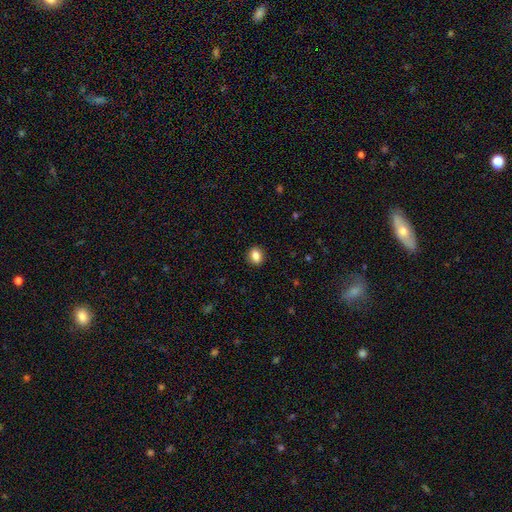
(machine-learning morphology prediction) Smooth or featured?
  - smooth: 85% *
  - star or artifact: 9%
  - featured or disk: 6%
How rounded?
  - in between: 51% *
  - round: 47%
  - cigar-shaped: 1%
Merging?
  - none: 90% *
  - minor disturbance: 7%
  - major disturbance: 2%
  - merger: 1%